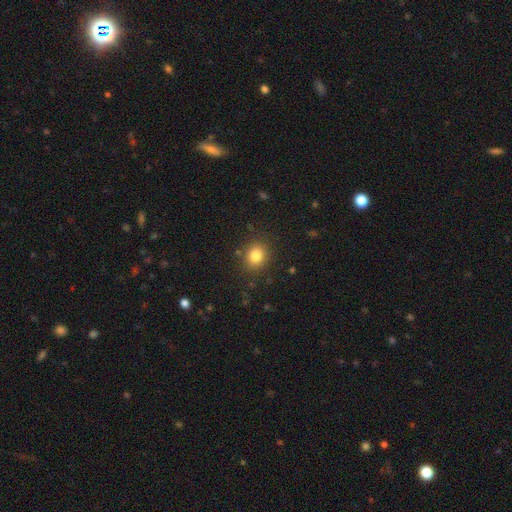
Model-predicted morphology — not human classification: The model was most divided on "how rounded": round: 71%, in between: 28%, cigar-shaped: 1%. More confident: merging — none (86%); smooth or featured — smooth (82%).